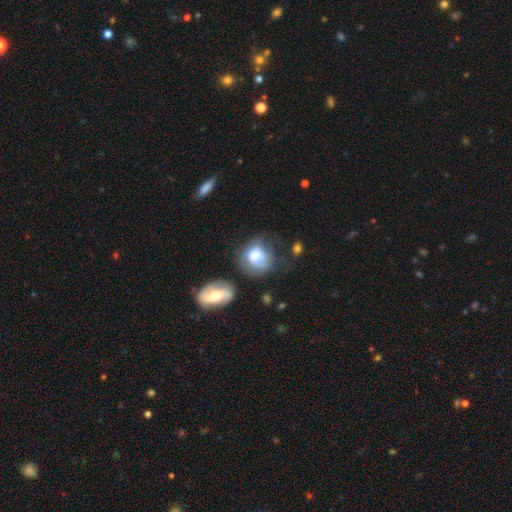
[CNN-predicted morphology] This appears to be a smooth galaxy with no disk features (56%) that is round (65%). Merging: none (41%).